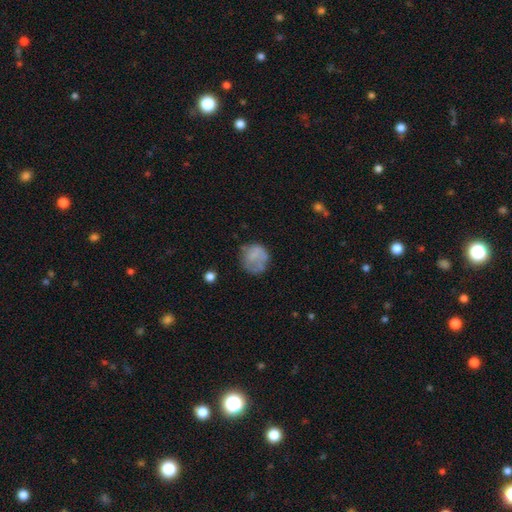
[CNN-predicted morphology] Overall: smooth (67%). How rounded: round (80%). Merging: none (54%; minor disturbance 26%).